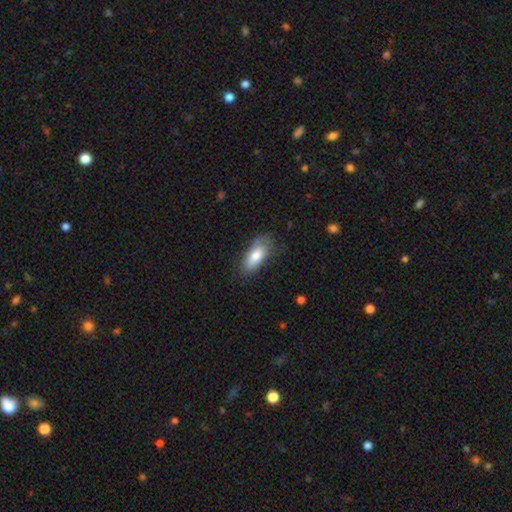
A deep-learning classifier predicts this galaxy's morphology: Q: Smooth or featured?
A: smooth (77%); runner-up: featured or disk (16%)
Q: How rounded?
A: in between (83%); runner-up: cigar-shaped (14%)
Q: Merging?
A: none (69%); runner-up: minor disturbance (23%)